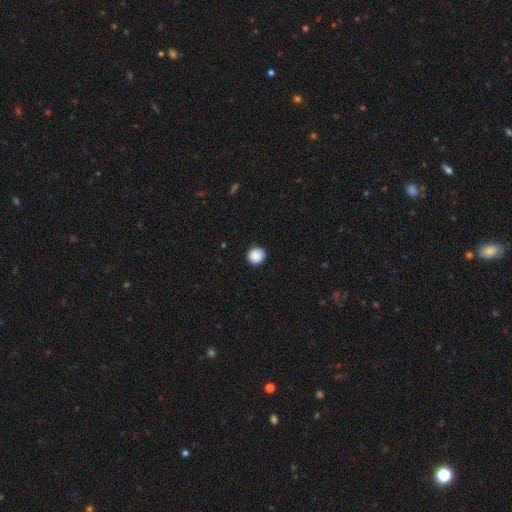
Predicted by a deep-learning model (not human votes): A smooth galaxy with no disk features (89%) that is round (90%).

Vote fractions:
- Smooth or featured? smooth: 89% / star or artifact: 8% / featured or disk: 3%
- How rounded? round: 90% / in between: 10% / cigar-shaped: 1%
- Merging? none: 91% / minor disturbance: 7% / major disturbance: 2% / merger: 1%